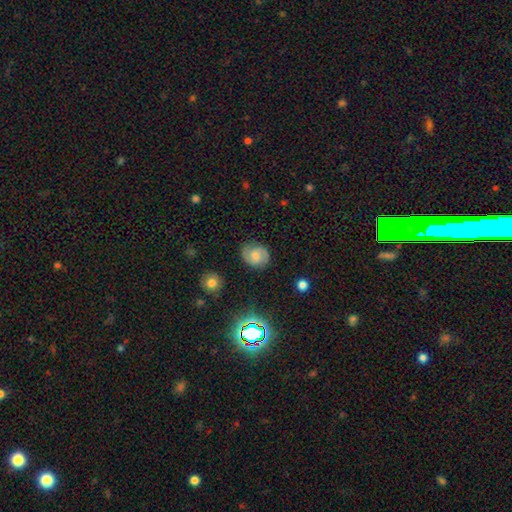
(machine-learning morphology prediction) Smooth or featured? featured or disk (66%)
Edge-on disk? no (98%)
Bar? no (56%)
Spiral arms? yes (95%)
Spiral winding? medium (49%)
Spiral arm count? 2 (88%)
Bulge size? moderate (42%)
Merging? none (80%)